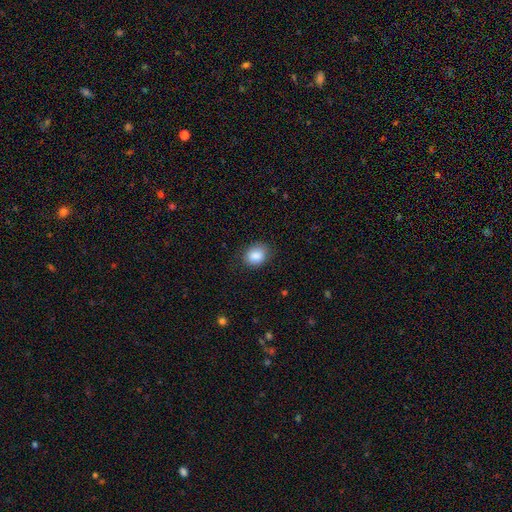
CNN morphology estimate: Smooth or featured? smooth (87%)
How rounded? in between (58%)
Merging? none (80%)